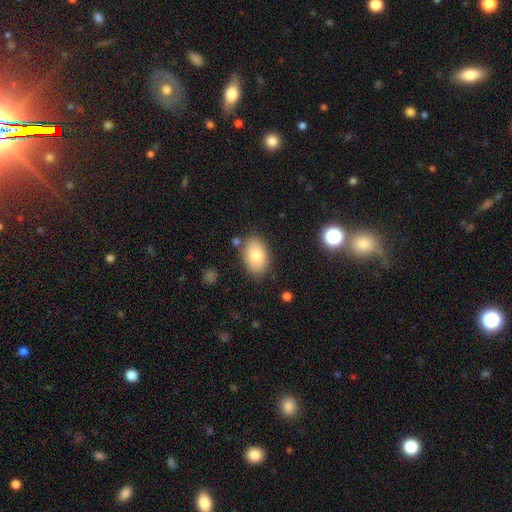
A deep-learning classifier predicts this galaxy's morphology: The model was most divided on "smooth or featured": smooth: 80%, featured or disk: 12%, star or artifact: 8%. More confident: how rounded — in between (89%); merging — none (81%).